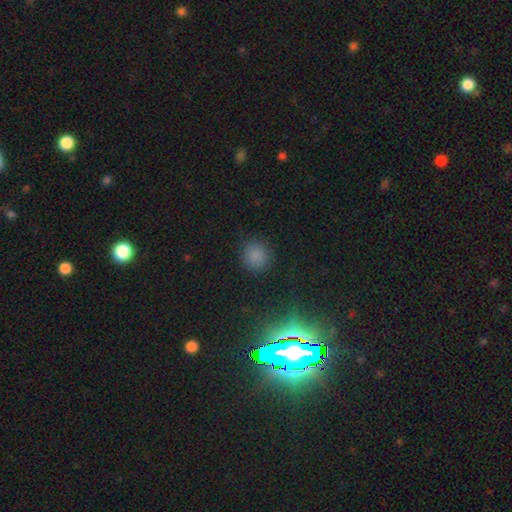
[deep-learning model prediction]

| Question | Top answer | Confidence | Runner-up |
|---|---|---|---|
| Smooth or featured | smooth | 79% | star or artifact (16%) |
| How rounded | round | 92% | in between (7%) |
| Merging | none | 88% | minor disturbance (7%) |